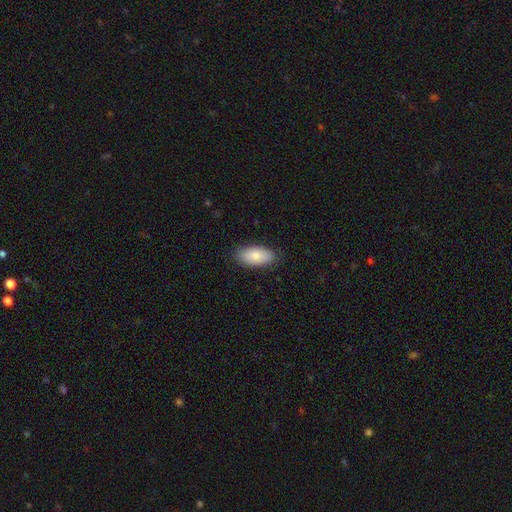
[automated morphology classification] This appears to be a smooth galaxy with no disk features (84%) that is in between round and cigar-shaped (93%). Merging: none (86%).